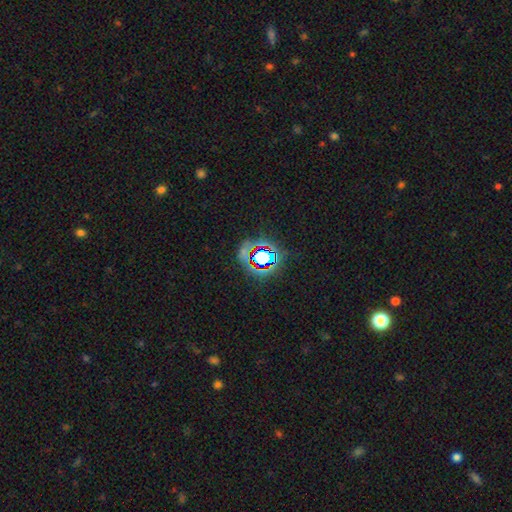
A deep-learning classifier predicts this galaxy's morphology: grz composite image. It shows a star or artifact, not a galaxy (68%).